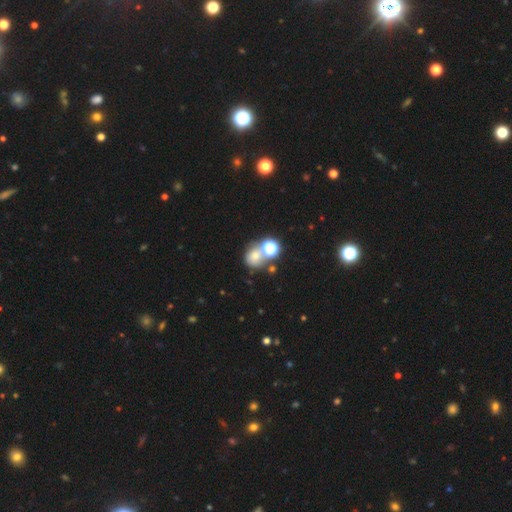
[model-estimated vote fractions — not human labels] Overall: smooth (62%; star or artifact 24%). How rounded: round (76%). Merging: none (47%; merger 36%).